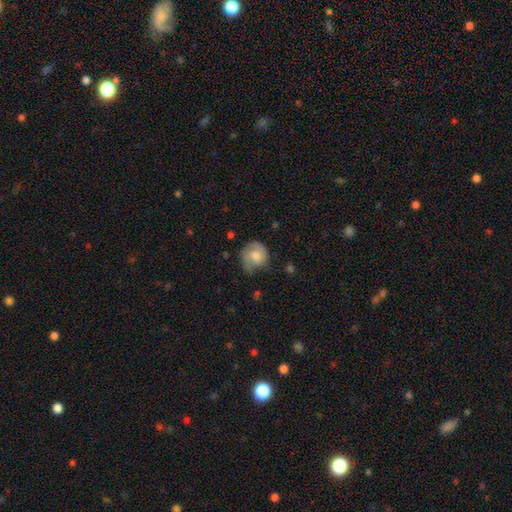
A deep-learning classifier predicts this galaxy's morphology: Smooth or featured: smooth — 60% (featured or disk — 33%)
How rounded: round — 80% (in between — 19%)
Merging: none — 52% (minor disturbance — 32%)